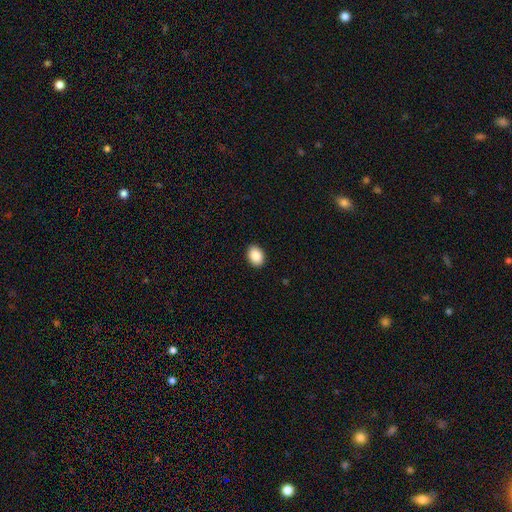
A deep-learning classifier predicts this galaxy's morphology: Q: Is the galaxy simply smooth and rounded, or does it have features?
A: smooth — 89%.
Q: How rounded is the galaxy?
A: in between — 71%.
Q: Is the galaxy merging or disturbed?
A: none — 91%.